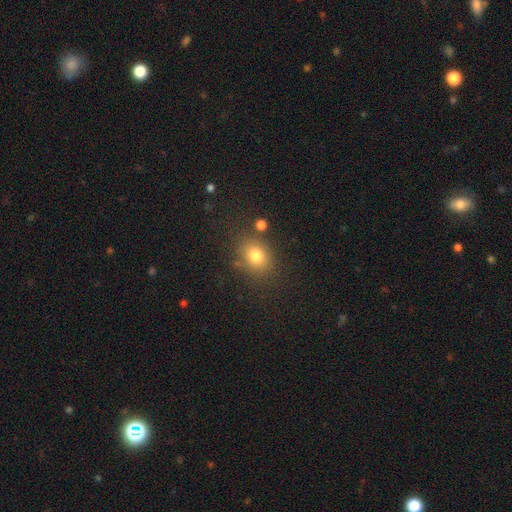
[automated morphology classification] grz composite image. It shows a smooth galaxy with no disk features (79%) that is in between round and cigar-shaped (50%). Merging: none (77%).